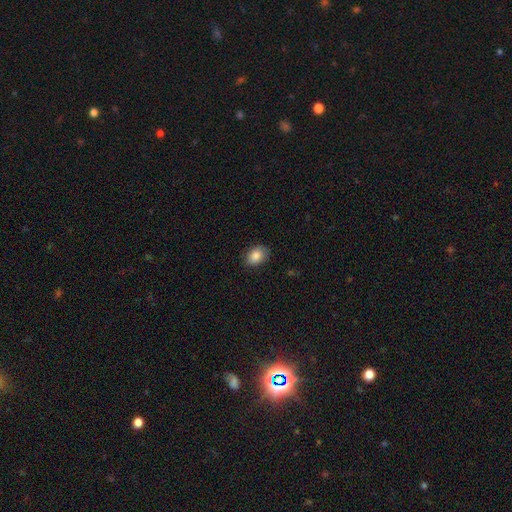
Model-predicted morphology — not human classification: smooth-or-featured: smooth: 86% | star or artifact: 8% | featured or disk: 6%
  how-rounded: in between: 77% | round: 22% | cigar-shaped: 1%
  merging: none: 84% | minor disturbance: 12% | major disturbance: 3% | merger: 1%